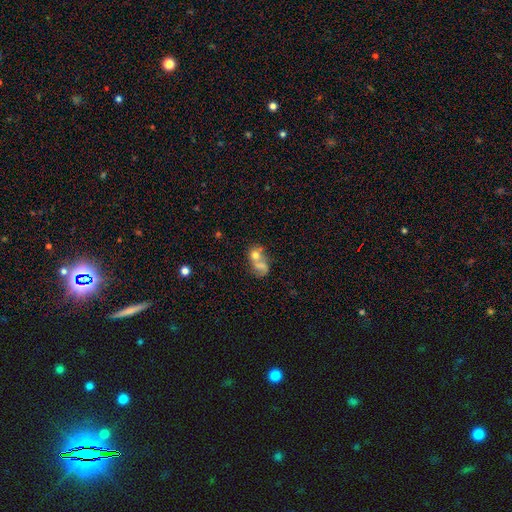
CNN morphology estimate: type=smooth (59%); roundness=in between (52%); merging=merger (62%).